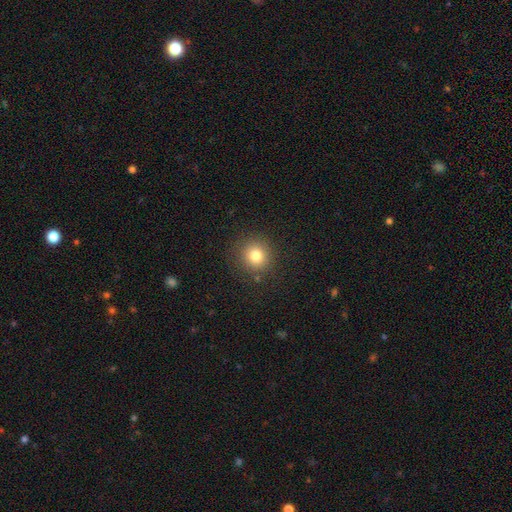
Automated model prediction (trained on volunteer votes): Smooth or featured?
  - smooth: 80% *
  - star or artifact: 13%
  - featured or disk: 7%
How rounded?
  - round: 92% *
  - in between: 7%
  - cigar-shaped: 1%
Merging?
  - none: 89% *
  - minor disturbance: 7%
  - major disturbance: 3%
  - merger: 2%